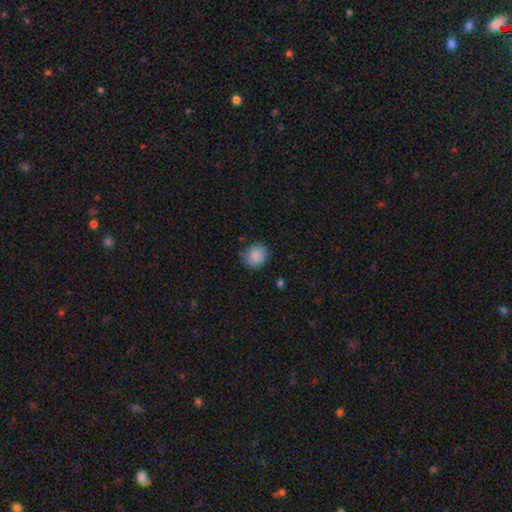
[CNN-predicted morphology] smooth-or-featured: smooth: 88% | star or artifact: 8% | featured or disk: 4%
  how-rounded: round: 74% | in between: 25% | cigar-shaped: 1%
  merging: none: 80% | minor disturbance: 15% | major disturbance: 3% | merger: 1%